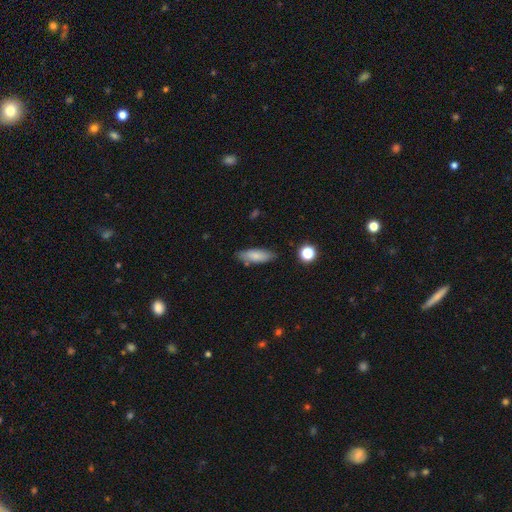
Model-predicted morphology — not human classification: type=smooth (79%); roundness=in between (59%); merging=none (80%).